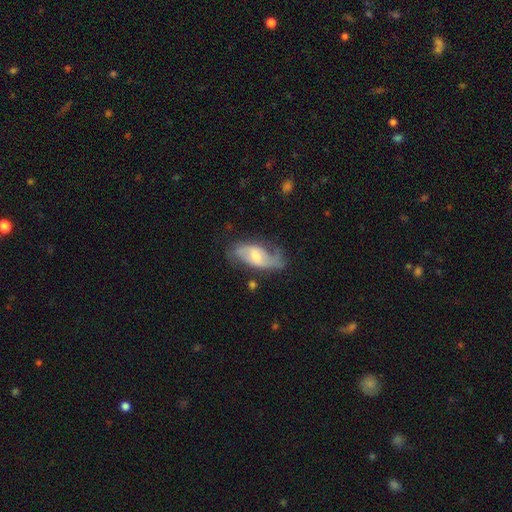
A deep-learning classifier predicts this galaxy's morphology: smooth_or_featured: featured or disk (p=0.71) [alt: smooth p=0.22]
disk_edge_on: no (p=0.93) [alt: yes p=0.07]
bar: weak (p=0.47) [alt: no p=0.40]
has_spiral_arms: yes (p=0.90) [alt: no p=0.10]
spiral_winding: medium (p=0.43) [alt: loose p=0.37]
spiral_arm_count: 2 (p=0.76) [alt: can't tell p=0.12]
bulge_size: moderate (p=0.50) [alt: small p=0.38]
merging: none (p=0.59) [alt: minor disturbance p=0.26]